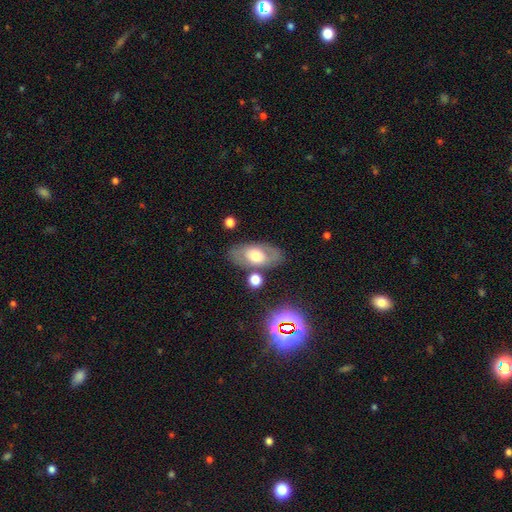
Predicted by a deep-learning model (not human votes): Smooth or featured? smooth (49%)
Merging? none (73%)